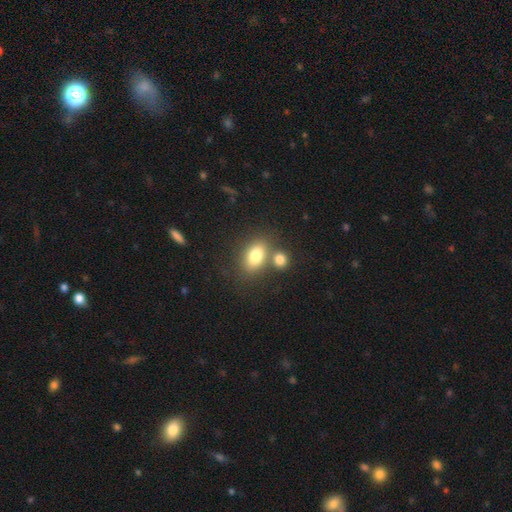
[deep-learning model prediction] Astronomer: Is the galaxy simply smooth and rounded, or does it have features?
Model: smooth — 79%.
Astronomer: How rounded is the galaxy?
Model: in between — 82%.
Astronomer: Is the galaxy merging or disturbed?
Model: none — 55% (runner-up: merger, 30%).